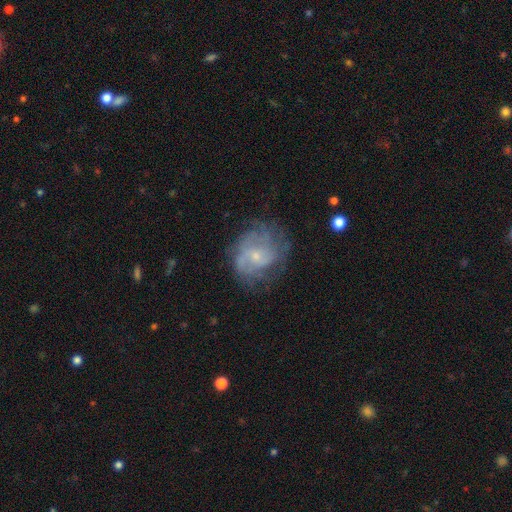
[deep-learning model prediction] This is likely a featured or disk galaxy (70%). It is clearly not viewed edge-on (98%). Bar: likely no (67%). Spiral arm pattern: clearly yes (81%). Spiral arm count: possibly can't tell (45%). Spiral winding: marginally tight (42%). Central bulge: likely small (71%). Merging: likely none (62%).